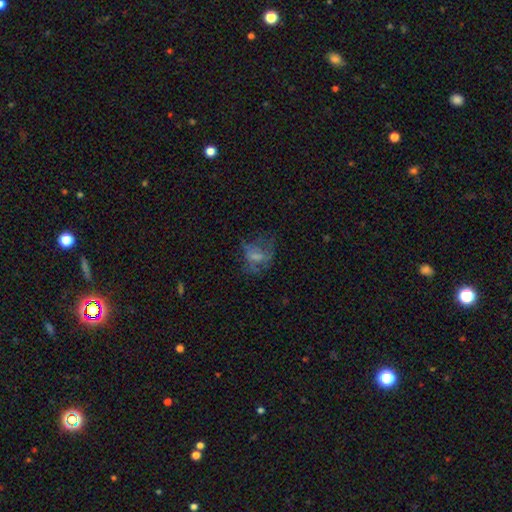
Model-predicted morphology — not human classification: Overall: smooth (46%; featured or disk 38%). Merging: none (39%; major disturbance 38%).